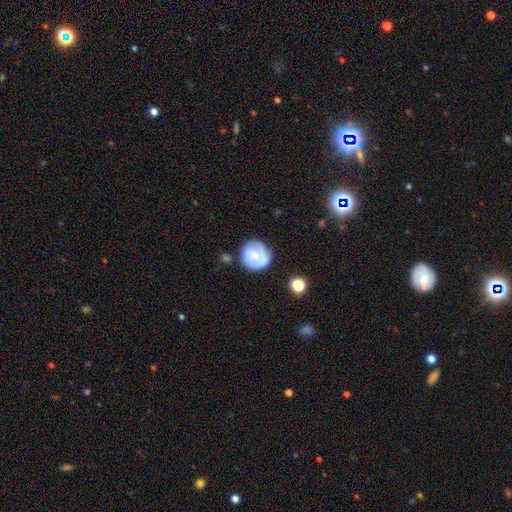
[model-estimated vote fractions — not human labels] smooth-or-featured: smooth: 56% | featured or disk: 36% | star or artifact: 8%
  how-rounded: round: 87% | in between: 12% | cigar-shaped: 1%
  merging: none: 67% | minor disturbance: 20% | major disturbance: 8% | merger: 5%